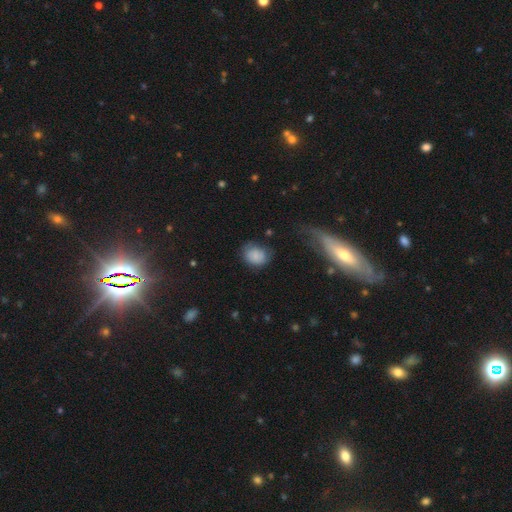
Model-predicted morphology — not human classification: smooth_or_featured: smooth (p=0.75) [alt: featured or disk p=0.15]
how_rounded: round (p=0.57) [alt: in between p=0.42]
merging: none (p=0.57) [alt: minor disturbance p=0.27]